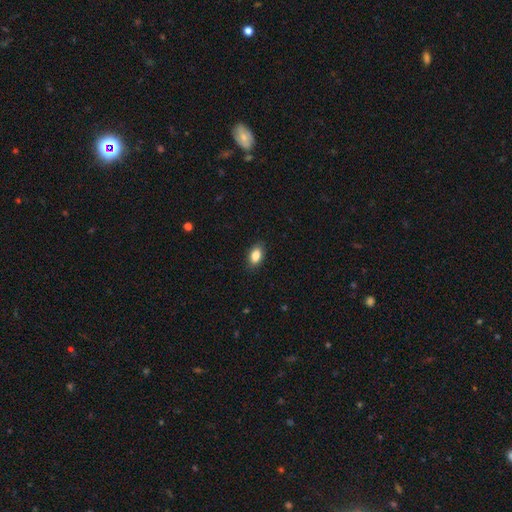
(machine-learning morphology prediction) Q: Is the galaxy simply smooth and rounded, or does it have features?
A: smooth — 85%.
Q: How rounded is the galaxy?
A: in between — 89%.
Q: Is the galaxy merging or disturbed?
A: none — 87%.